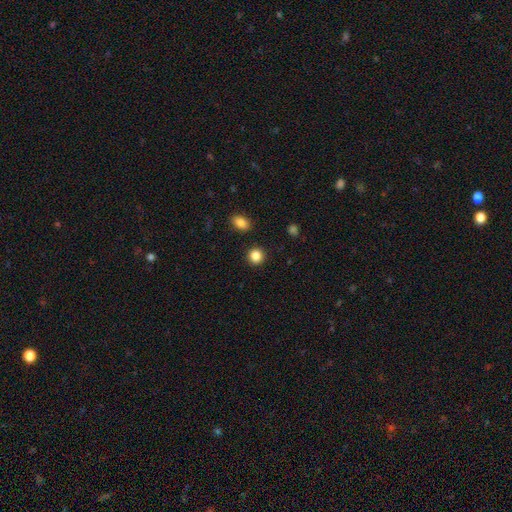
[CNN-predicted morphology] smooth_or_featured: smooth (p=0.86) [alt: star or artifact p=0.10]
how_rounded: round (p=0.90) [alt: in between p=0.09]
merging: none (p=0.91) [alt: minor disturbance p=0.05]